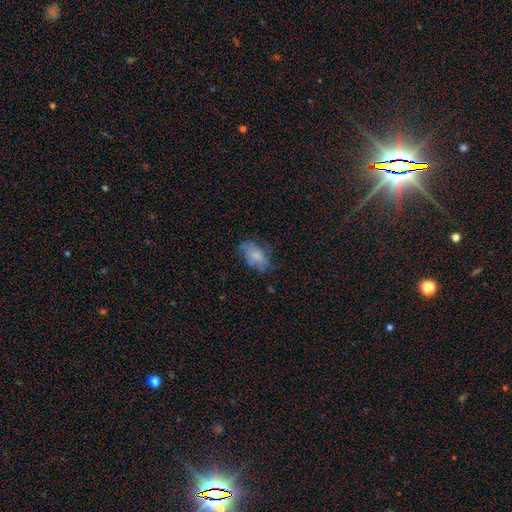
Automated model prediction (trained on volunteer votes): Smooth or featured? smooth (64%)
How rounded? in between (90%)
Merging? none (57%)